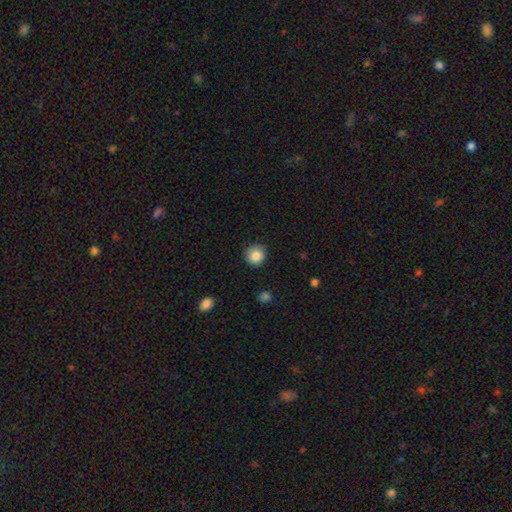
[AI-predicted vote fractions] This is clearly a smooth galaxy (87%). How rounded: clearly round (92%). Merging: clearly none (89%).